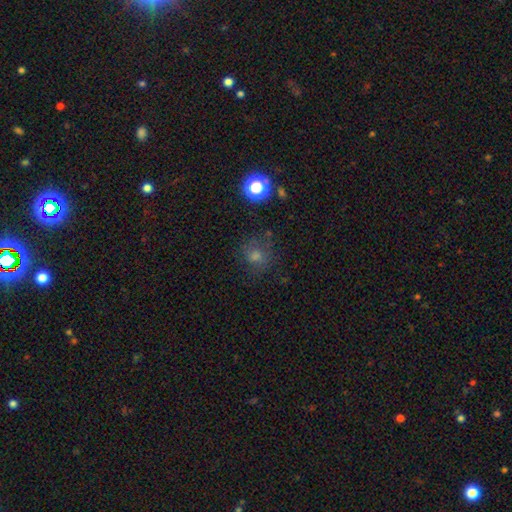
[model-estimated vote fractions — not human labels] Smooth or featured: smooth — 60% (star or artifact — 28%)
How rounded: round — 85% (in between — 14%)
Merging: none — 76% (minor disturbance — 15%)